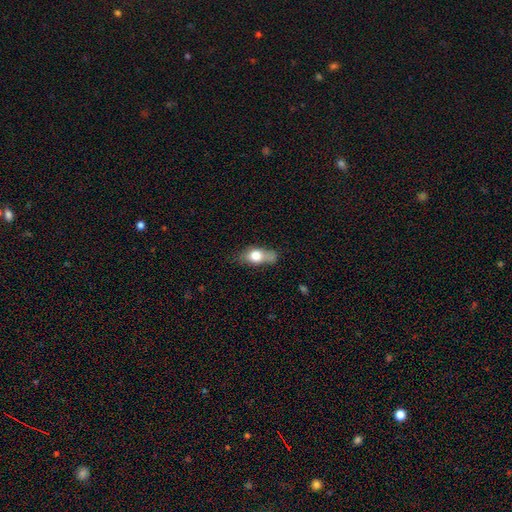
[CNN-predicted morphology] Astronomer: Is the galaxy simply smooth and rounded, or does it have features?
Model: smooth — 68%.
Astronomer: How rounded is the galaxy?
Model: in between — 72%.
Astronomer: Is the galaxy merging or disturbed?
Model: none — 46% (runner-up: minor disturbance, 33%).